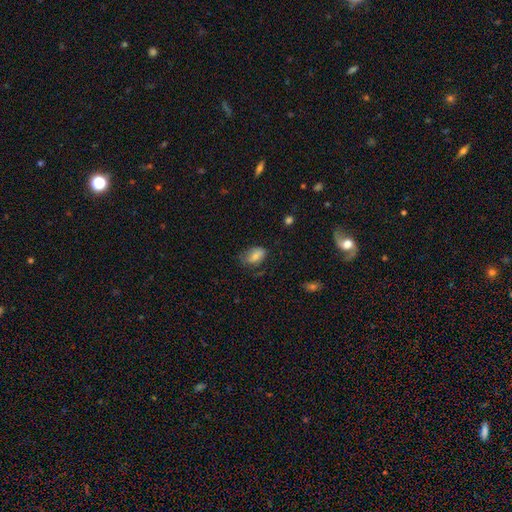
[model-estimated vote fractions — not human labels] Smooth or featured?
  - smooth: 74% *
  - featured or disk: 17%
  - star or artifact: 9%
How rounded?
  - in between: 86% *
  - round: 13%
  - cigar-shaped: 2%
Merging?
  - none: 52% *
  - minor disturbance: 33%
  - major disturbance: 13%
  - merger: 2%